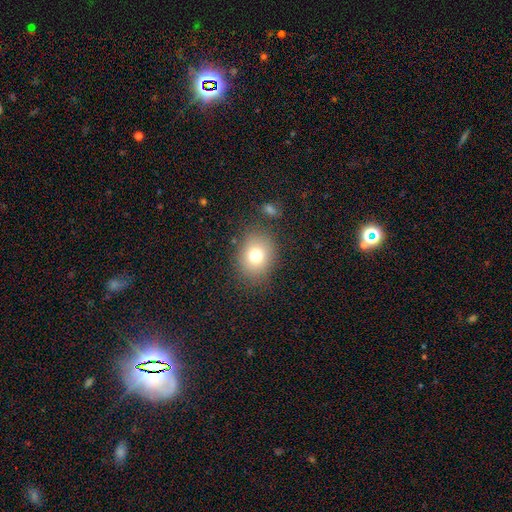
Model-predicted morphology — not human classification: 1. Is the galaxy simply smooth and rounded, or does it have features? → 74% smooth, 13% featured or disk, 13% star or artifact.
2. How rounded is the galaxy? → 55% round, 44% in between, 1% cigar-shaped.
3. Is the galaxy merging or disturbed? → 80% none, 12% minor disturbance, 5% major disturbance, 3% merger.